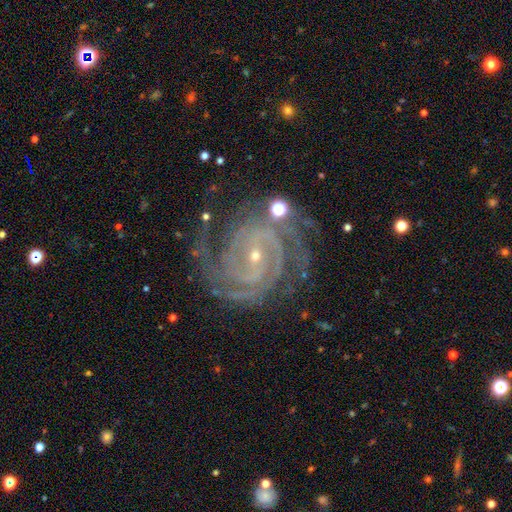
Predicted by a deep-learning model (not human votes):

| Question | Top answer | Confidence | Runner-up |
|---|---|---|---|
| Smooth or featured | featured or disk | 92% | star or artifact (6%) |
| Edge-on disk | no | 98% | yes (2%) |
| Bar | no | 40% | weak (35%) |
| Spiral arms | yes | 99% | no (1%) |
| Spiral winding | tight | 77% | medium (21%) |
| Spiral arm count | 2 | 32% | 3 (24%) |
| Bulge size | small | 82% | moderate (15%) |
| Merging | none | 73% | minor disturbance (17%) |